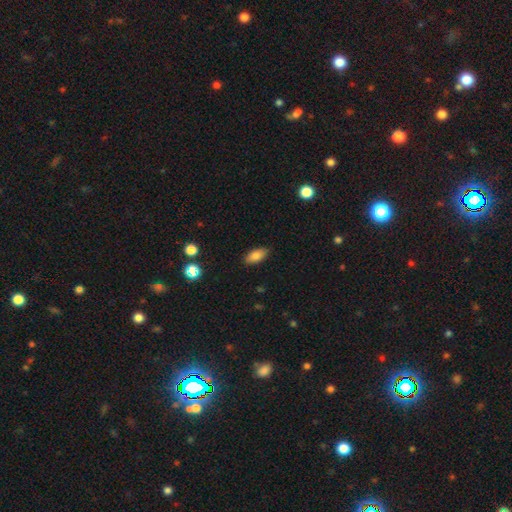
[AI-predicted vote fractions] This appears to be a smooth galaxy with no disk features (83%) that is in between round and cigar-shaped (89%). Merging: none (86%).